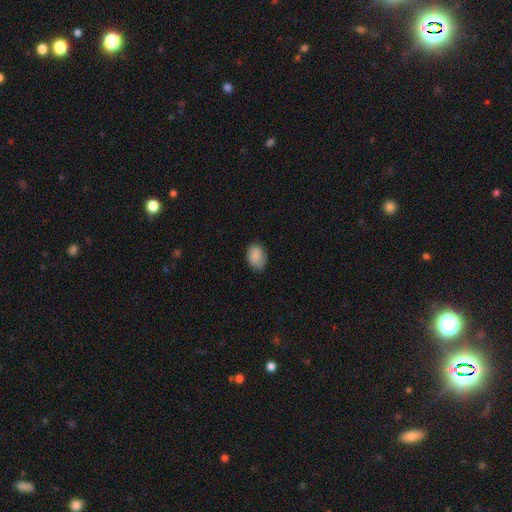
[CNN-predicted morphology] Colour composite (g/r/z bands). It shows a smooth galaxy with no disk features (87%) that is in between round and cigar-shaped (77%). Merging: none (70%).